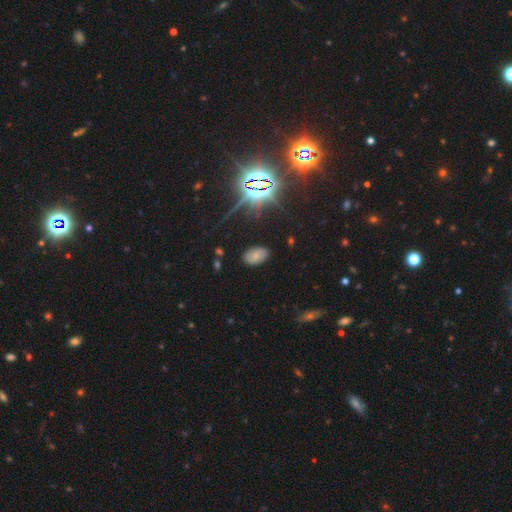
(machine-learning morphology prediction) This is possibly a smooth galaxy (56%). How rounded: clearly in between (91%). Merging: clearly none (84%).